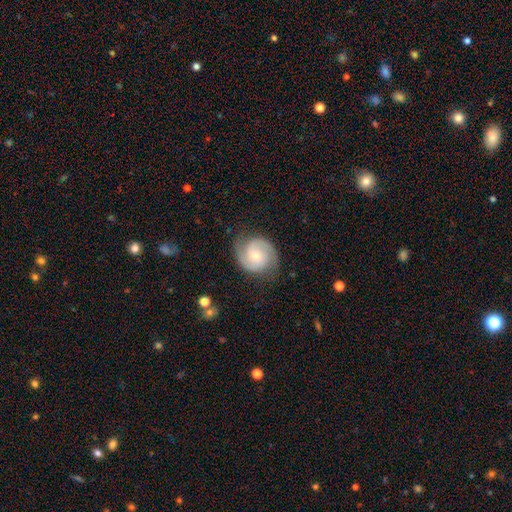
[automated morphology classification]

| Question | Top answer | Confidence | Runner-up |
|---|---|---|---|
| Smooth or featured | featured or disk | 80% | smooth (15%) |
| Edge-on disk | no | 98% | yes (2%) |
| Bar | no | 60% | weak (32%) |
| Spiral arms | yes | 96% | no (4%) |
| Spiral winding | medium | 48% | tight (38%) |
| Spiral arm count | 2 | 89% | can't tell (5%) |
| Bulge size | small | 65% | moderate (30%) |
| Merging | none | 78% | minor disturbance (16%) |